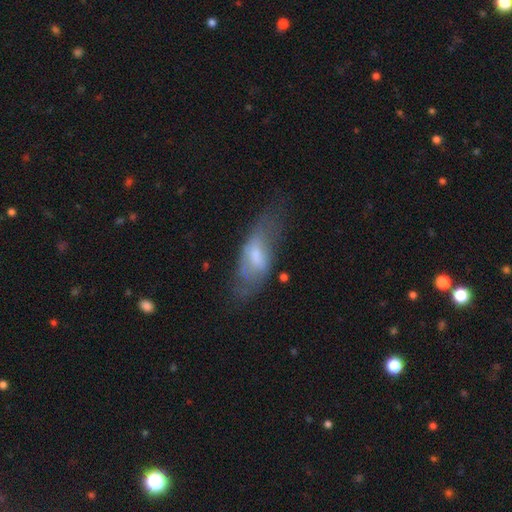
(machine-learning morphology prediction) smooth-or-featured: smooth: 49% | featured or disk: 43% | star or artifact: 8%
  merging: none: 47% | minor disturbance: 29% | major disturbance: 21% | merger: 3%